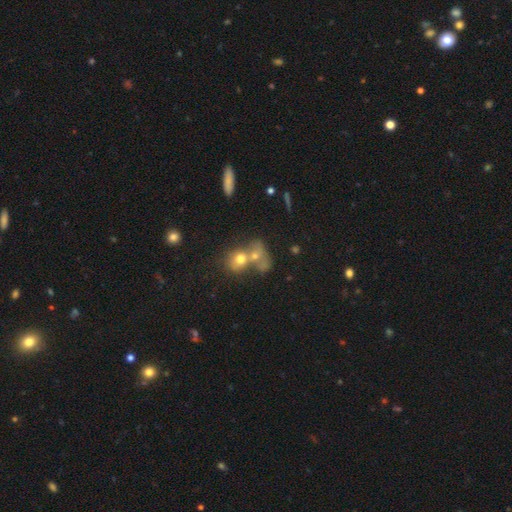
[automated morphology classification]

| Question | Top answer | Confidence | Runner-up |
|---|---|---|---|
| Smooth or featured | smooth | 61% | featured or disk (23%) |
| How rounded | round | 53% | in between (44%) |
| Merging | merger | 65% | none (21%) |